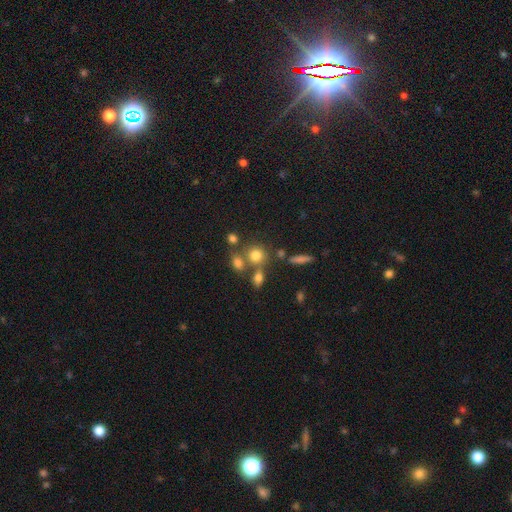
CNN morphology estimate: This is likely a smooth galaxy (74%). How rounded: likely round (79%). Merging: possibly none (59%).